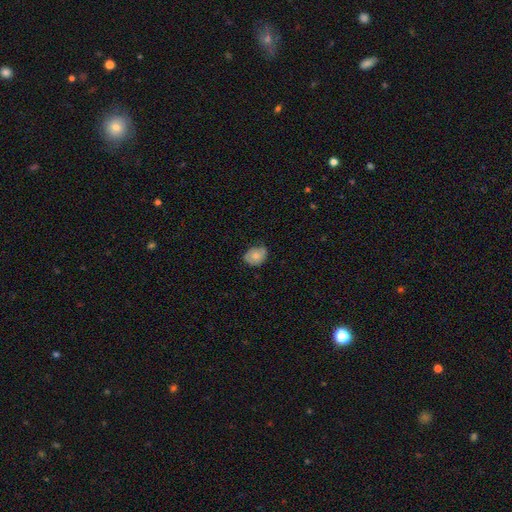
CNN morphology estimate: This appears to be a smooth galaxy with no disk features (73%) that is in between round and cigar-shaped (54%). Merging: none (62%).